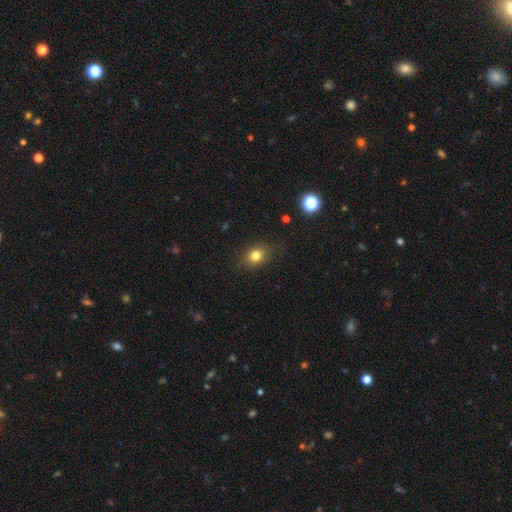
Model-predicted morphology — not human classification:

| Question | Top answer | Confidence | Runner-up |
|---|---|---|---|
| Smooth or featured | smooth | 79% | star or artifact (13%) |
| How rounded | in between | 49% | tied: round (49%) |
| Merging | none | 84% | minor disturbance (12%) |